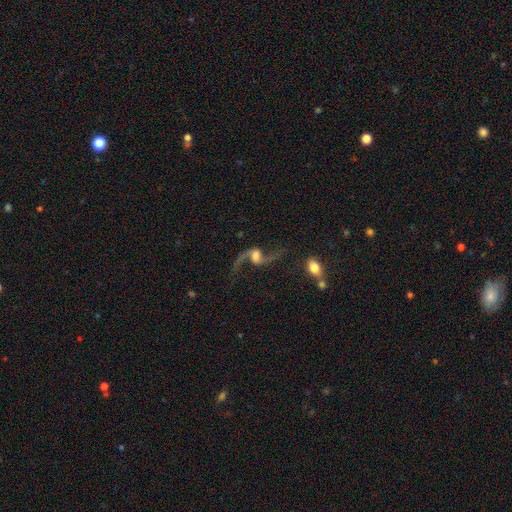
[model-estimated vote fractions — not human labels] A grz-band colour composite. It shows a featured or disk galaxy (89%) with a weak bar (41%, tied with no), 2 (94%) loose (92%) spiral arms (97%) and a moderate central bulge (39%). Merging: none (72%).